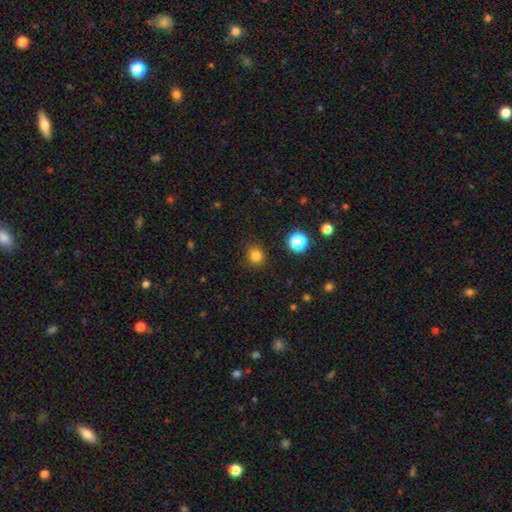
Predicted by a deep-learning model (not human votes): Smooth or featured? Predicted: smooth (p=0.81). How rounded? Predicted: round (p=0.84). Merging? Predicted: none (p=0.90).